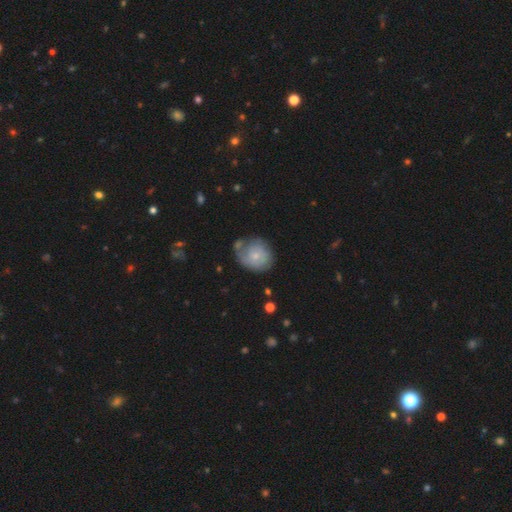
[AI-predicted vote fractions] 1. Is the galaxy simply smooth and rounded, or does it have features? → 48% smooth, 45% featured or disk, 7% star or artifact.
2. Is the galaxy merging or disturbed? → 48% none, 28% minor disturbance, 14% major disturbance, 9% merger.